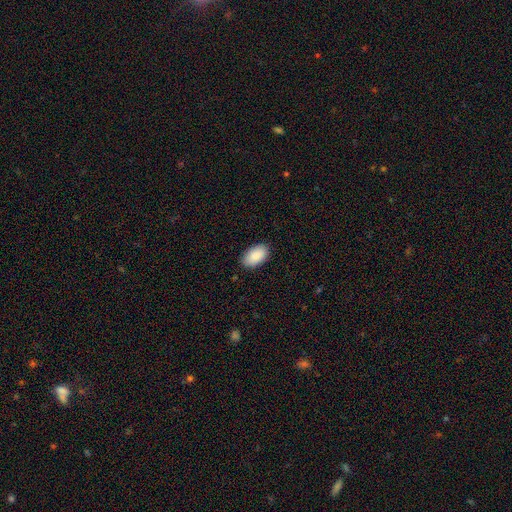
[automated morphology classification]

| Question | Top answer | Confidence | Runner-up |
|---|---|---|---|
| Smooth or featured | smooth | 91% | star or artifact (6%) |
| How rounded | in between | 95% | round (4%) |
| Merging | none | 87% | minor disturbance (10%) |